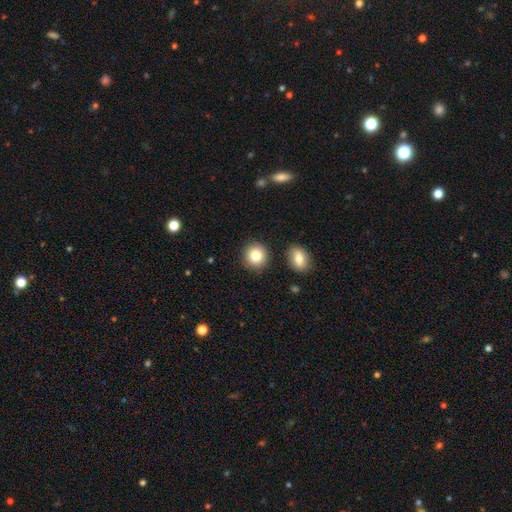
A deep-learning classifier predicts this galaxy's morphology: smooth-or-featured: smooth: 82% | star or artifact: 10% | featured or disk: 8%
  how-rounded: round: 89% | in between: 10% | cigar-shaped: 1%
  merging: none: 87% | minor disturbance: 7% | merger: 4% | major disturbance: 2%